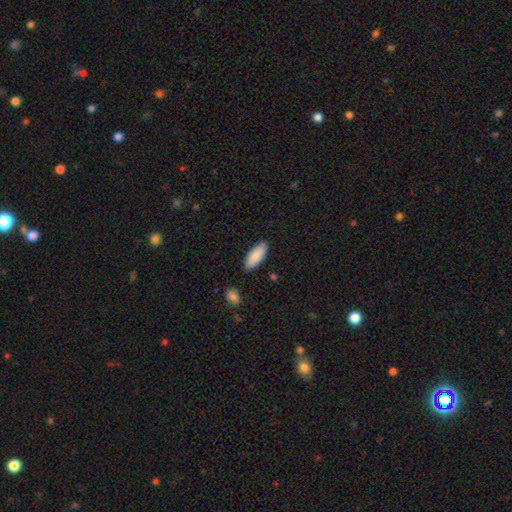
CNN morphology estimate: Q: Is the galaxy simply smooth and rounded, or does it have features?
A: smooth — 88%.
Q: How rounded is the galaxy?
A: in between — 81%.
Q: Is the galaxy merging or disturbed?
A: none — 87%.